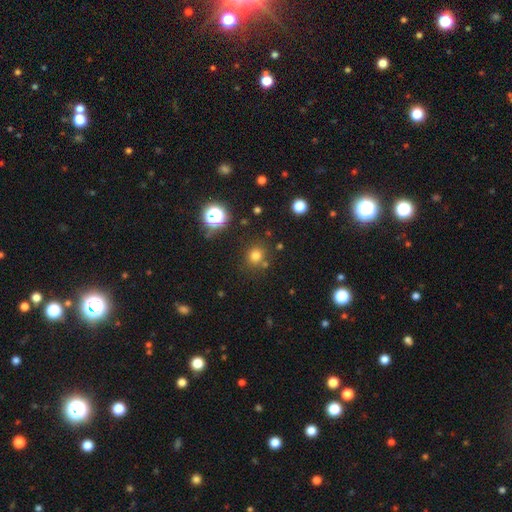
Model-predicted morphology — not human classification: A smooth galaxy with no disk features (72%) that is round (86%). Merging: none (79%).